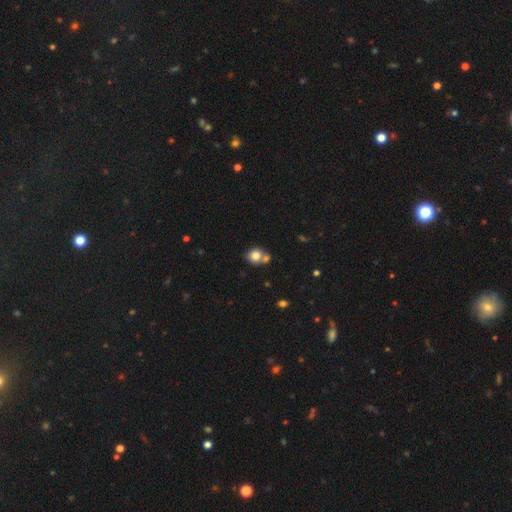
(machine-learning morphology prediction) smooth_or_featured: smooth (p=0.80) [alt: star or artifact p=0.10]
how_rounded: round (p=0.76) [alt: in between p=0.23]
merging: none (p=0.54) [alt: merger p=0.32]